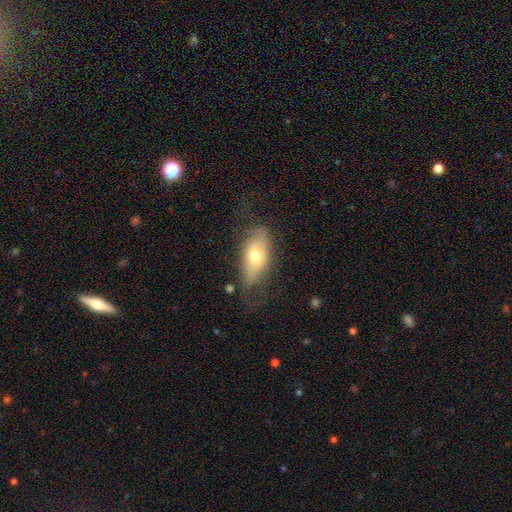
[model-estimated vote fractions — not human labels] The model was most divided on "smooth or featured": smooth: 58%, featured or disk: 34%, star or artifact: 8%. More confident: how rounded — in between (84%); merging — none (58%).